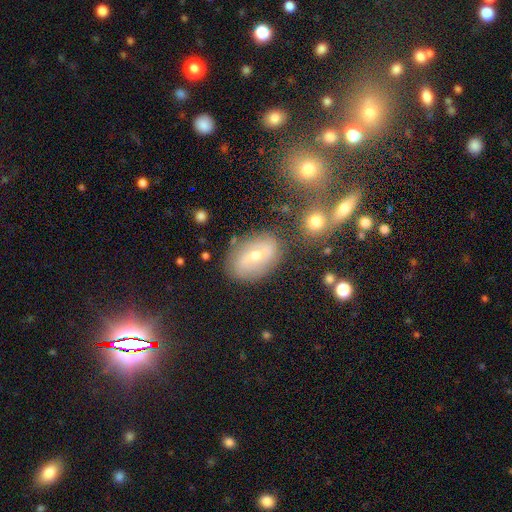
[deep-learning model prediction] A featured or disk galaxy (56%) with no bar (44%), spiral arms (63%) and a moderate central bulge (52%).

Vote fractions:
- Smooth or featured? featured or disk: 56% / smooth: 33% / star or artifact: 11%
- Edge-on disk? no: 93% / yes: 7%
- Bar? no: 44% / weak: 38% / strong: 18%
- Spiral arms? yes: 63% / no: 37%
- Bulge size? moderate: 52% / small: 45% / large: 2% / none: 1% / dominant: 1%
- Merging? none: 76% / minor disturbance: 14% / major disturbance: 5% / merger: 5%